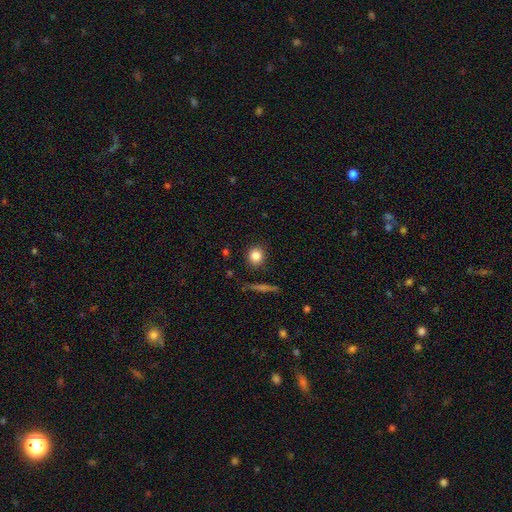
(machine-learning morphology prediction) Smooth or featured? Predicted: smooth (p=0.84). How rounded? Predicted: round (p=0.82). Merging? Predicted: none (p=0.87).